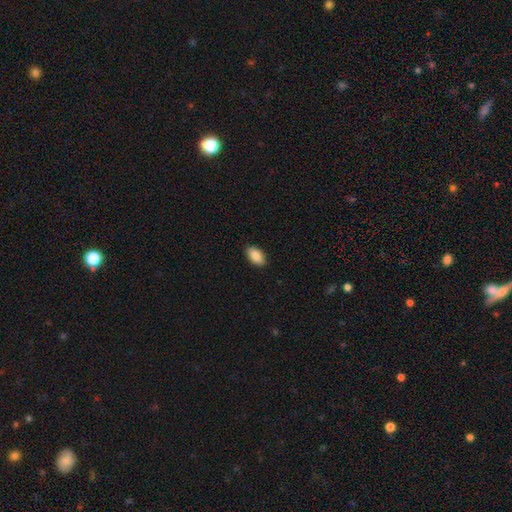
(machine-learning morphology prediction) smooth 90%, star or artifact 6%, featured or disk 4%. Down the decision tree: how rounded — in between (94%); merging — none (88%).